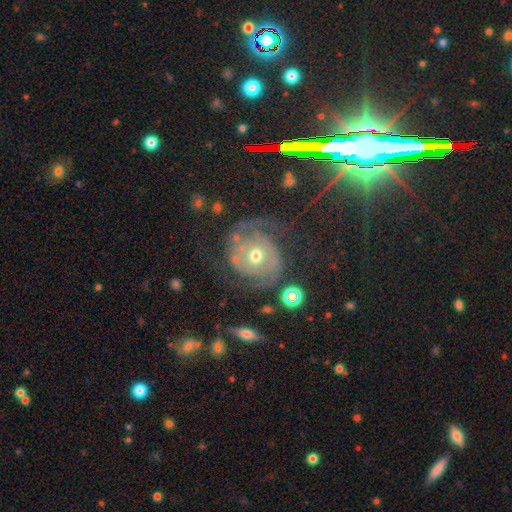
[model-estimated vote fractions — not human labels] Morphology: type=featured or disk (72%); edge-on=no (97%); bar=no (74%); spiral arms=yes (75%); winding=tight (48%); arm count=2 (51%); bulge=moderate (66%); merging=none (52%).